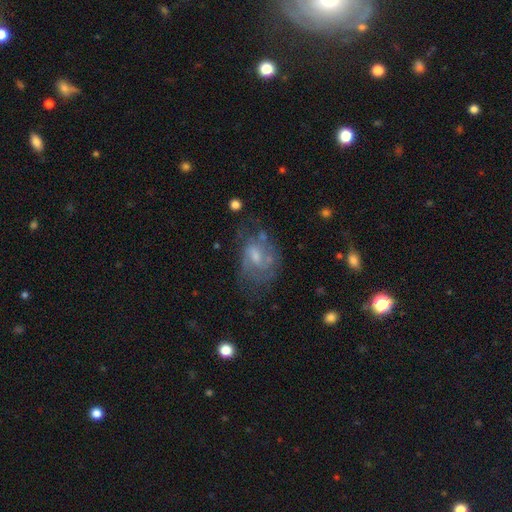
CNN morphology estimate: This appears to be a featured or disk galaxy (68%) with a weak bar (50%), 2 (39%, tied with can't tell) medium (44%) spiral arms (78%) and a small central bulge (45%). Merging: none (55%).